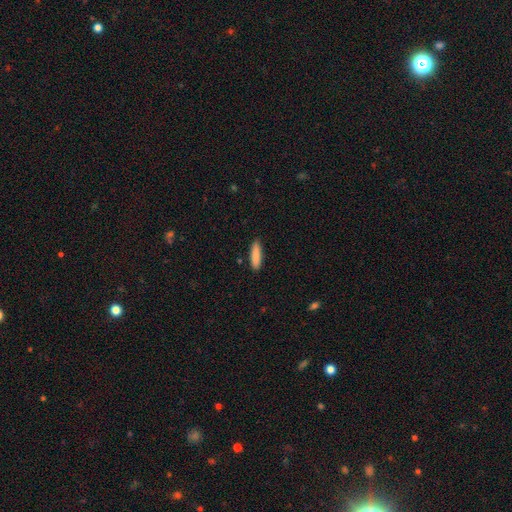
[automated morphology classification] A smooth galaxy with no disk features (88%) that is cigar-shaped (67%). Merging: none (87%).